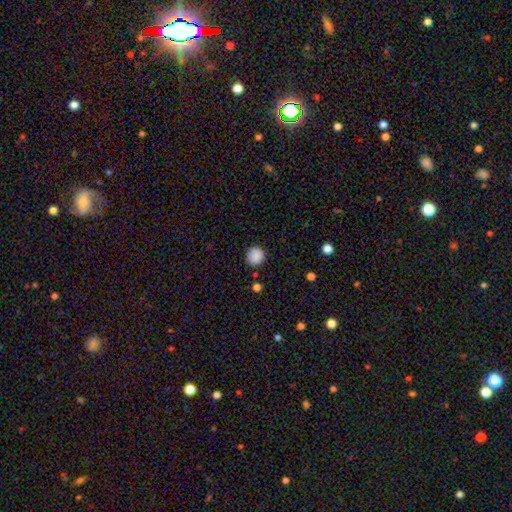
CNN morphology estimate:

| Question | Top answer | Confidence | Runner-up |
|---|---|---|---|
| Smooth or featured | smooth | 86% | star or artifact (9%) |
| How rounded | round | 93% | in between (6%) |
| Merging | none | 87% | minor disturbance (9%) |